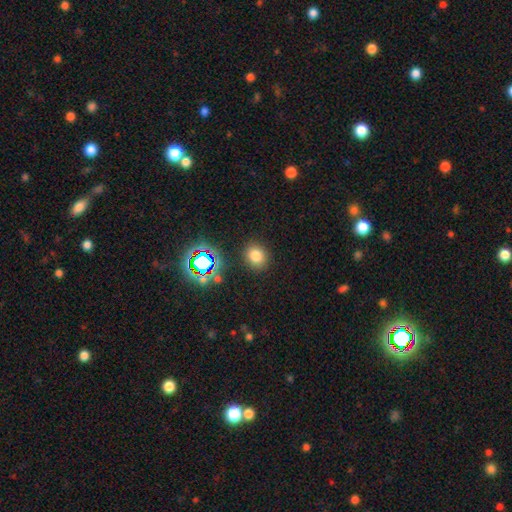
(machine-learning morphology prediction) This appears to be a smooth galaxy with no disk features (75%) that is round (71%). Merging: none (87%).